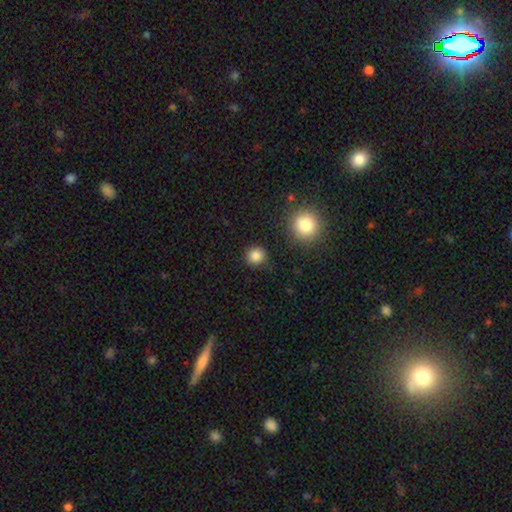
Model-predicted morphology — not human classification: smooth_or_featured: smooth (p=0.85) [alt: star or artifact p=0.11]
how_rounded: round (p=0.91) [alt: in between p=0.08]
merging: none (p=0.88) [alt: minor disturbance p=0.07]